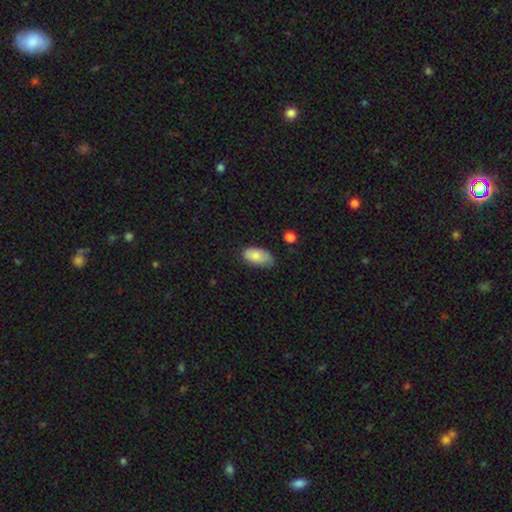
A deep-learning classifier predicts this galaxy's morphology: A smooth galaxy with no disk features (81%) that is in between round and cigar-shaped (93%). Merging: none (59%).